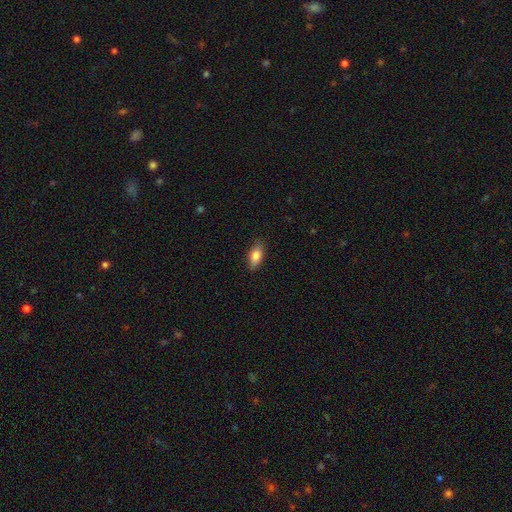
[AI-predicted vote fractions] This is likely a smooth galaxy (78%). How rounded: clearly in between (84%). Merging: clearly none (85%).